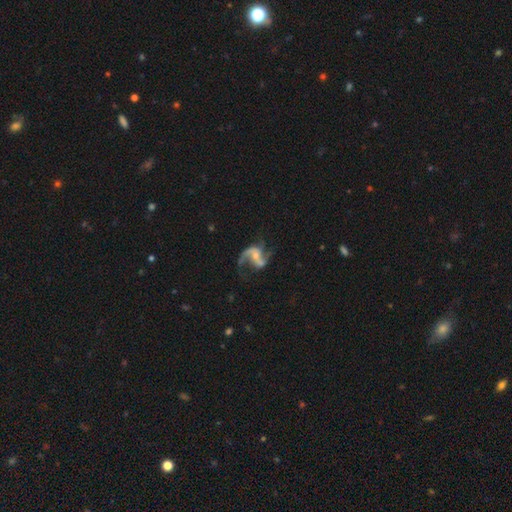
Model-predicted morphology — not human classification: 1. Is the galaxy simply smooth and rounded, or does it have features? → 88% featured or disk, 6% star or artifact, 6% smooth.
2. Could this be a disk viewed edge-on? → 98% no, 2% yes.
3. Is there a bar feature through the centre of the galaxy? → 43% no, 37% weak, 20% strong.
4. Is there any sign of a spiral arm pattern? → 96% yes, 4% no.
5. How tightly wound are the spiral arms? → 67% loose, 28% medium, 5% tight.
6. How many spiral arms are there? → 83% 2, 7% 3, 4% 1, 3% can't tell, 2% 4, 2% more than 4.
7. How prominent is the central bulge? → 52% small, 38% moderate, 6% none, 3% large, 1% dominant.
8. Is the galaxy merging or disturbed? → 60% none, 19% major disturbance, 17% minor disturbance, 4% merger.